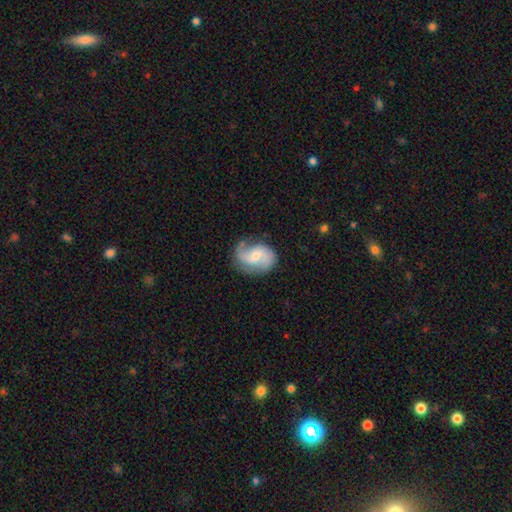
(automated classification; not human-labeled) This appears to be a featured or disk galaxy (74%) with a weak bar (47%), 2 (82%) medium (43%) spiral arms (93%) and a small central bulge (50%). Merging: none (65%).